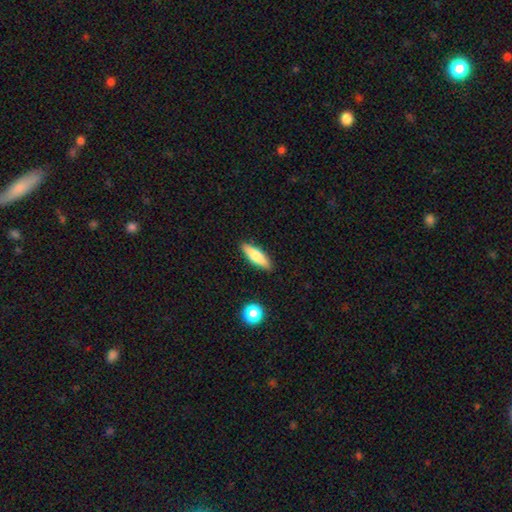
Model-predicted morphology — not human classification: Smooth or featured? smooth (74%)
How rounded? cigar-shaped (57%)
Merging? none (88%)